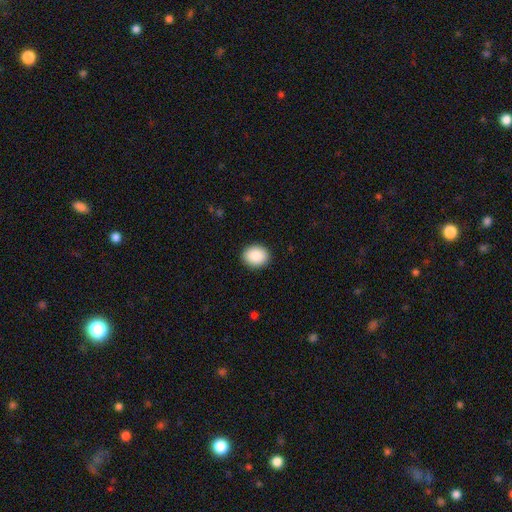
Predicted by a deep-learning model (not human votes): Smooth or featured? Predicted: smooth (p=0.89). How rounded? Predicted: round (p=0.64). Merging? Predicted: none (p=0.91).